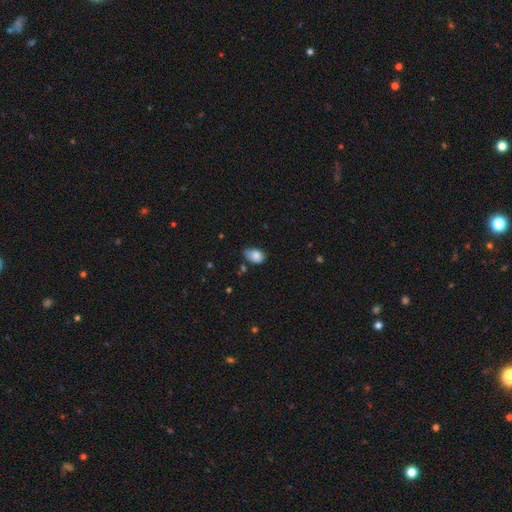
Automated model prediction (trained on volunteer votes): A smooth galaxy with no disk features (83%) that is in between round and cigar-shaped (84%). Merging: none (44%).